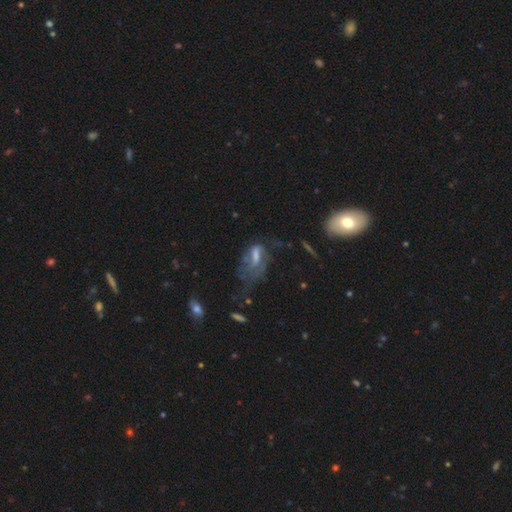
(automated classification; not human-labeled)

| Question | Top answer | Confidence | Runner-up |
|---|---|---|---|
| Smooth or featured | featured or disk | 47% | smooth (36%) |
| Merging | major disturbance | 40% | none (32%) |